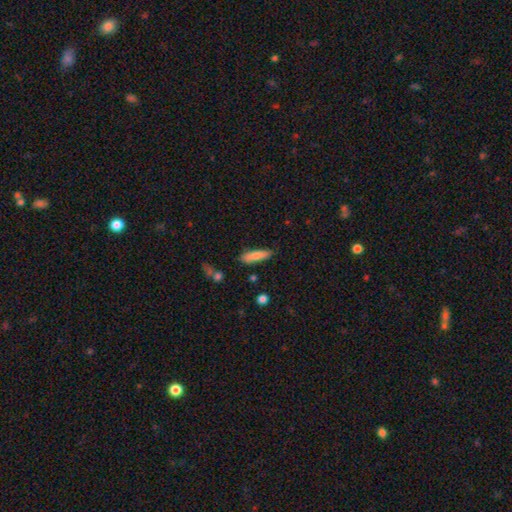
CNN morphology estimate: Overall: smooth (80%). How rounded: cigar-shaped (67%; in between 32%). Merging: none (79%).